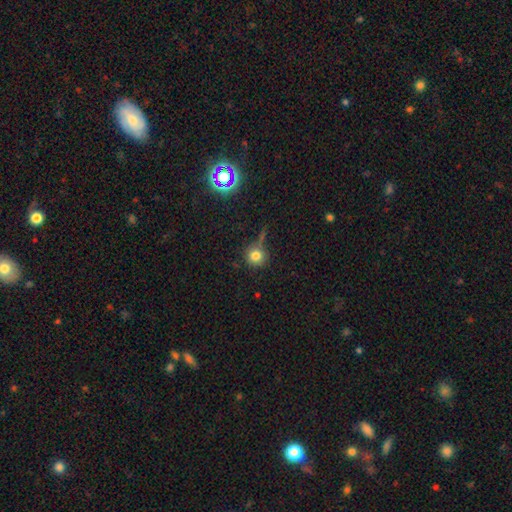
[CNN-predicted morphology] The model was most divided on "merging": none: 66%, minor disturbance: 15%, merger: 10%, major disturbance: 8%. More confident: how rounded — round (92%); smooth or featured — smooth (77%).